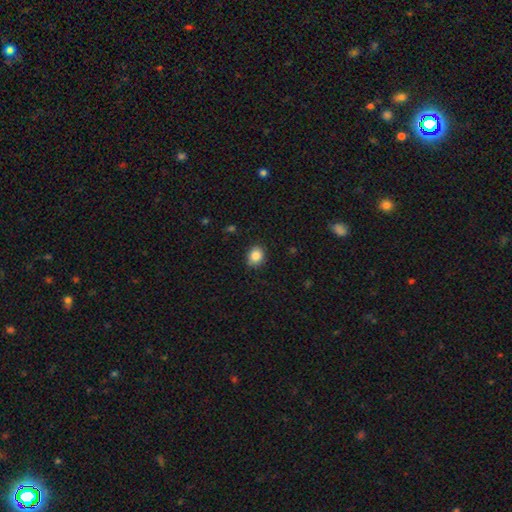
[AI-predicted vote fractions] The model was most divided on "how rounded": round: 68%, in between: 32%, cigar-shaped: 1%. More confident: smooth or featured — smooth (86%); merging — none (85%).